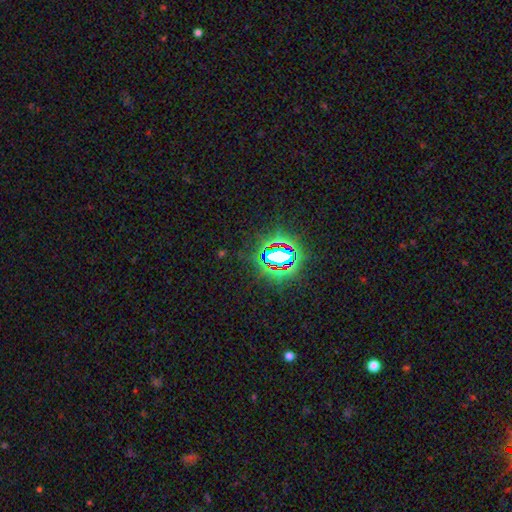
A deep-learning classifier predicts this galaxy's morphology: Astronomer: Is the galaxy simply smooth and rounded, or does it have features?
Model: star or artifact — 77%.